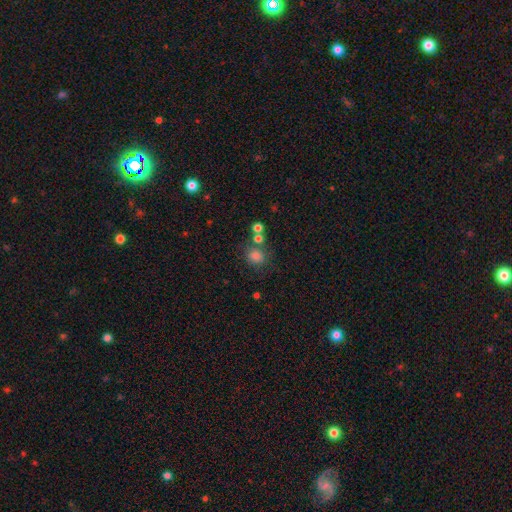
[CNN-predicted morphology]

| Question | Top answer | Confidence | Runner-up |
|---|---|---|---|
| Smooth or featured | smooth | 79% | star or artifact (14%) |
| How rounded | round | 82% | in between (17%) |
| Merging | none | 68% | merger (14%) |